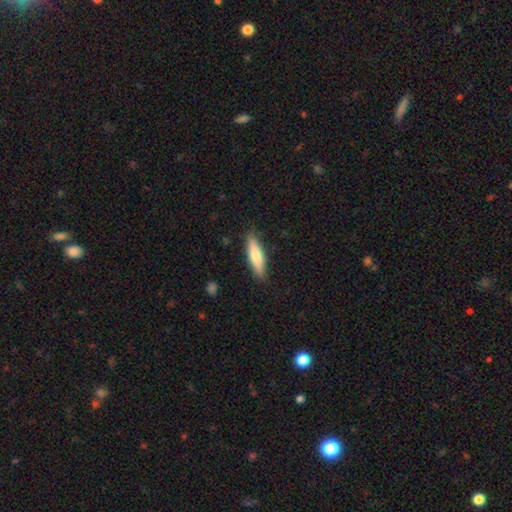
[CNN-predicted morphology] This appears to be a smooth galaxy with no disk features (69%) that is cigar-shaped (71%). Merging: none (87%).